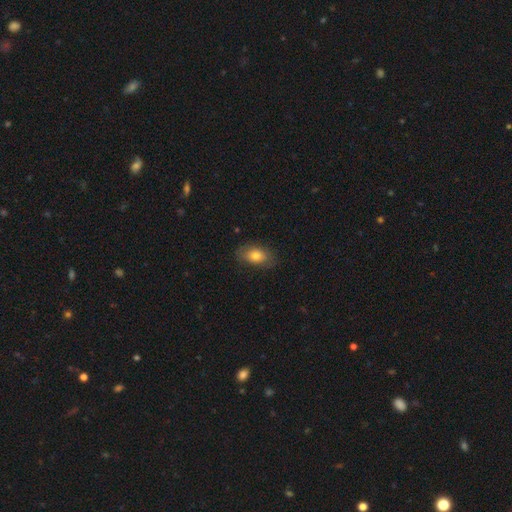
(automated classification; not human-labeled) smooth_or_featured: smooth (p=0.76) [alt: featured or disk p=0.16]
how_rounded: in between (p=0.88) [alt: round p=0.09]
merging: none (p=0.78) [alt: minor disturbance p=0.16]